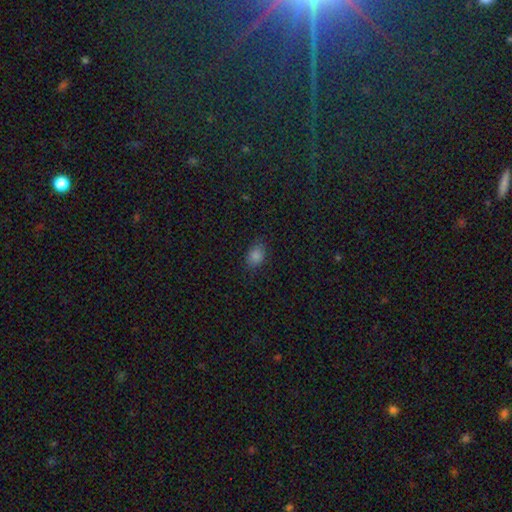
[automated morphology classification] A smooth galaxy with no disk features (81%) that is in between round and cigar-shaped (77%).

Vote fractions:
- Smooth or featured? smooth: 81% / star or artifact: 14% / featured or disk: 5%
- How rounded? in between: 77% / round: 22% / cigar-shaped: 1%
- Merging? none: 81% / minor disturbance: 15% / major disturbance: 3% / merger: 1%